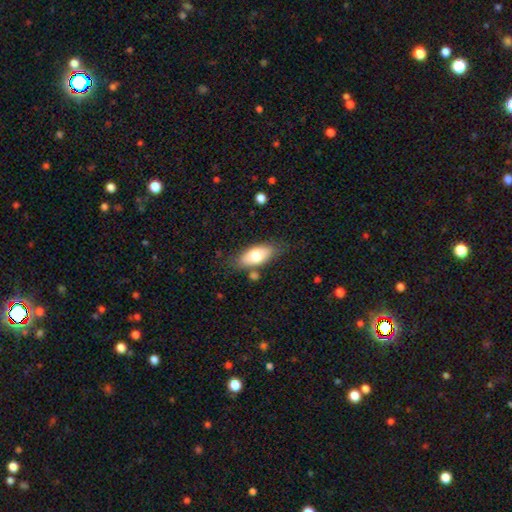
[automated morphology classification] smooth 75%, featured or disk 18%, star or artifact 6%. Down the decision tree: how rounded — in between (85%); merging — none (75%).